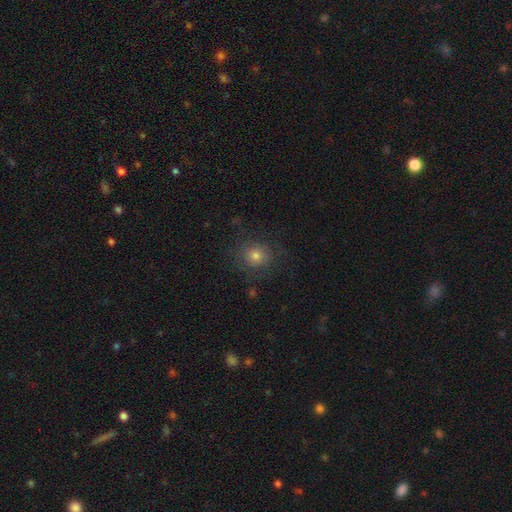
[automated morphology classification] Smooth or featured?
  - smooth: 69% *
  - star or artifact: 18%
  - featured or disk: 13%
How rounded?
  - round: 85% *
  - in between: 14%
  - cigar-shaped: 1%
Merging?
  - none: 81% *
  - minor disturbance: 11%
  - major disturbance: 6%
  - merger: 1%